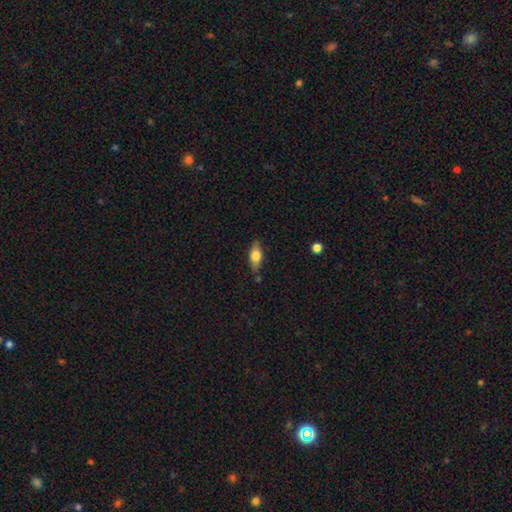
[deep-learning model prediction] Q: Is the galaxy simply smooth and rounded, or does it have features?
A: smooth — 66%.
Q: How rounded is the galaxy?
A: in between — 75%.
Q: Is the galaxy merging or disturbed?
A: none — 78%.